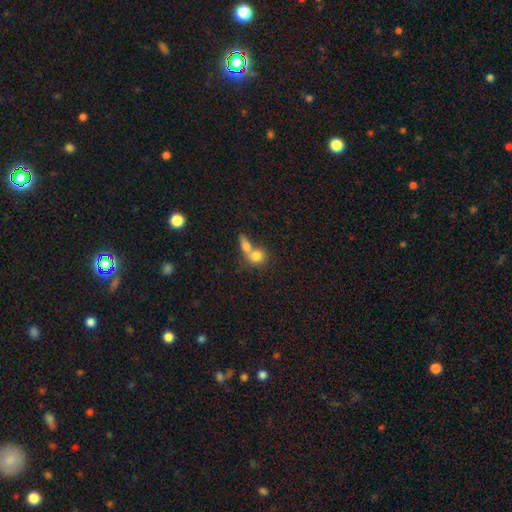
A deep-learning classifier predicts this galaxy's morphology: smooth 78%, featured or disk 14%, star or artifact 9%. Down the decision tree: how rounded — round (61%); merging — merger (65%).